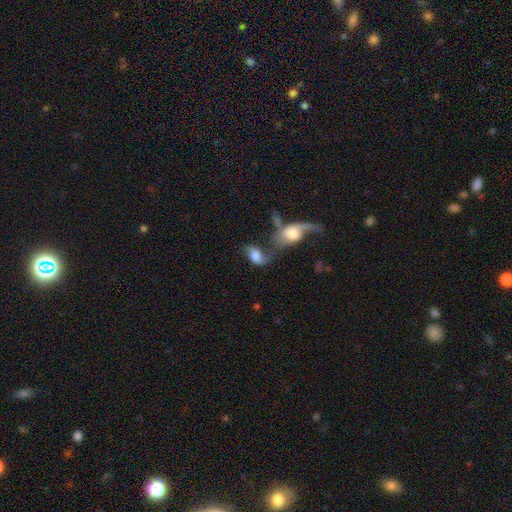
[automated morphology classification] Q: Smooth or featured?
A: featured or disk (46%); runner-up: smooth (45%)
Q: Merging?
A: merger (64%); runner-up: none (14%)